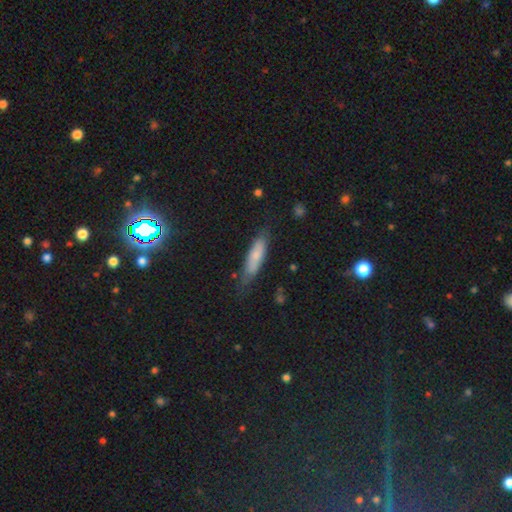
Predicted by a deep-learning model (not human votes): Q: Smooth or featured?
A: smooth (70%); runner-up: featured or disk (22%)
Q: How rounded?
A: cigar-shaped (64%); runner-up: in between (34%)
Q: Merging?
A: none (67%); runner-up: minor disturbance (24%)